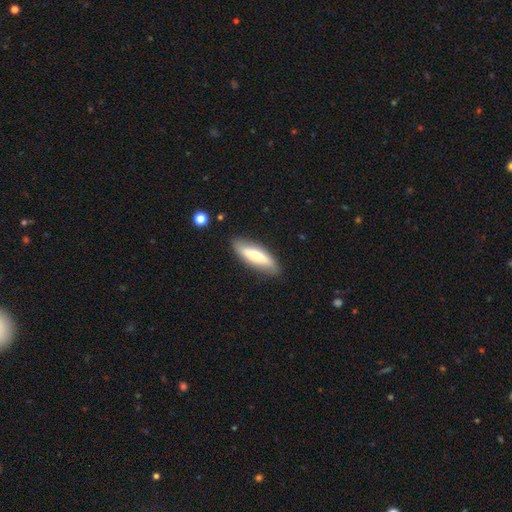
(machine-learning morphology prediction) Smooth or featured? smooth (66%)
How rounded? cigar-shaped (55%)
Merging? none (84%)